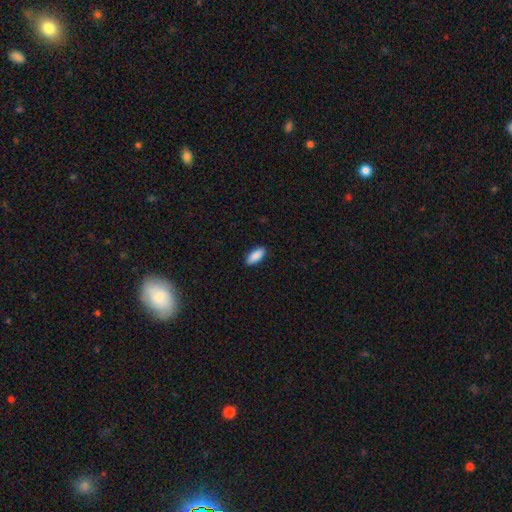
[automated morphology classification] type=smooth (90%); roundness=in between (85%); merging=none (89%).